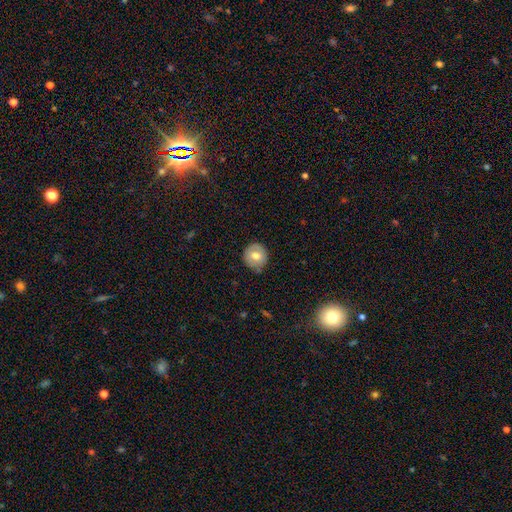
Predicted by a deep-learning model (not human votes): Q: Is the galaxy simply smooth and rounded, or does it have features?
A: smooth — 66%.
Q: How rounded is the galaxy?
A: round — 89%.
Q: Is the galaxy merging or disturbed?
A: none — 80%.